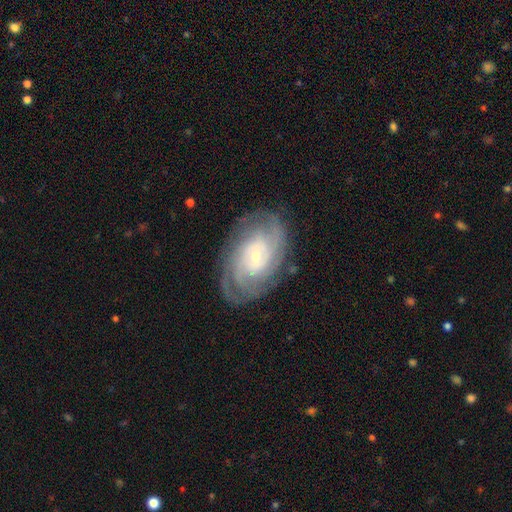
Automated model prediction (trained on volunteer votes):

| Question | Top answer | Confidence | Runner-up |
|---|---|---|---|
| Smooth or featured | featured or disk | 85% | smooth (9%) |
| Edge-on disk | no | 96% | yes (4%) |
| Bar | weak | 44% | no (42%) |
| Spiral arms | yes | 96% | no (4%) |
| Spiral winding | tight | 70% | medium (25%) |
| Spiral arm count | can't tell | 32% | 2 (21%) |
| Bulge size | small | 69% | moderate (26%) |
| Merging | none | 80% | minor disturbance (14%) |